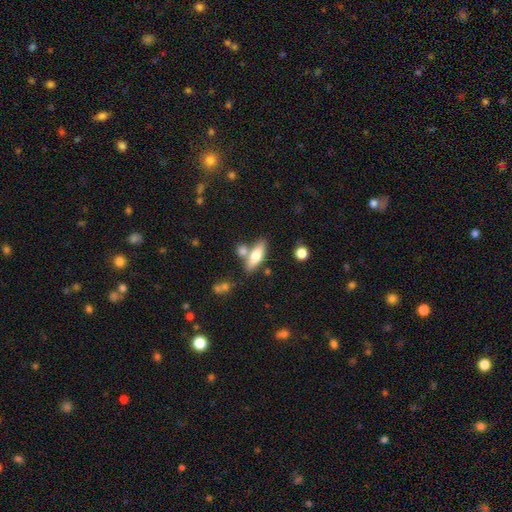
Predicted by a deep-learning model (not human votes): Smooth or featured: smooth — 65% (featured or disk — 29%)
How rounded: in between — 59% (cigar-shaped — 38%)
Merging: none — 64% (merger — 20%)